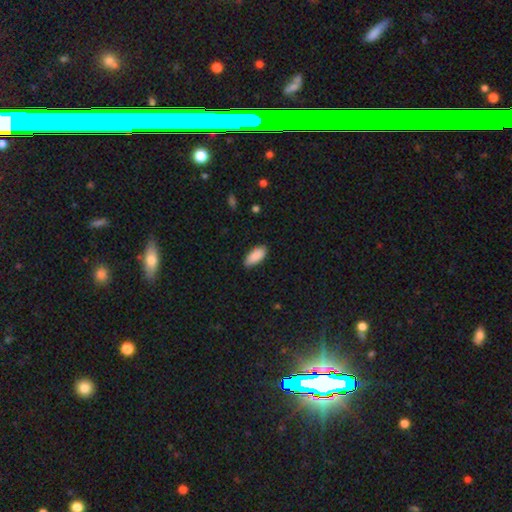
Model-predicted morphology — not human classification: A smooth galaxy with no disk features (90%) that is in between round and cigar-shaped (87%).

Vote fractions:
- Smooth or featured? smooth: 90% / star or artifact: 6% / featured or disk: 4%
- How rounded? in between: 87% / cigar-shaped: 11% / round: 2%
- Merging? none: 87% / minor disturbance: 10% / major disturbance: 2% / merger: 1%